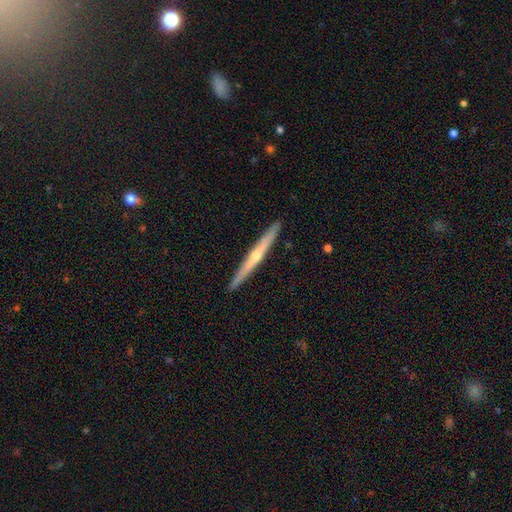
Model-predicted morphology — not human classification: featured or disk 74%, smooth 20%, star or artifact 6%. Down the decision tree: edge-on disk — yes (98%); edge-on bulge — rounded (81%); merging — none (92%).